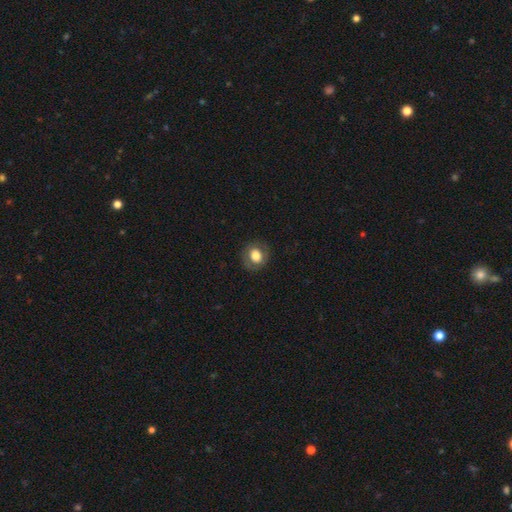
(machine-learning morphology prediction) Smooth or featured? smooth (71%)
How rounded? round (68%)
Merging? none (83%)